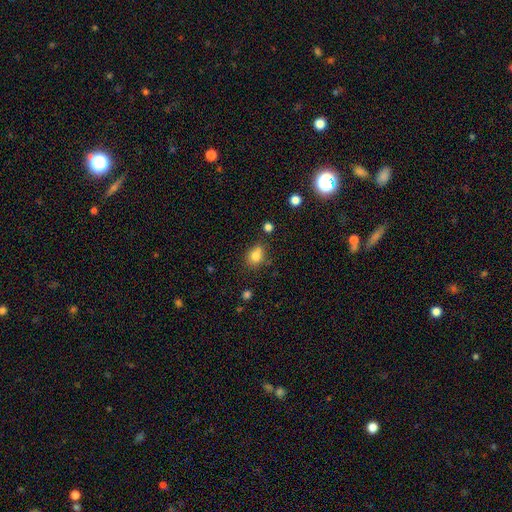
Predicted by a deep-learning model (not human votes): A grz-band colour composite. It shows a smooth galaxy with no disk features (80%) that is round (55%). Merging: none (63%).